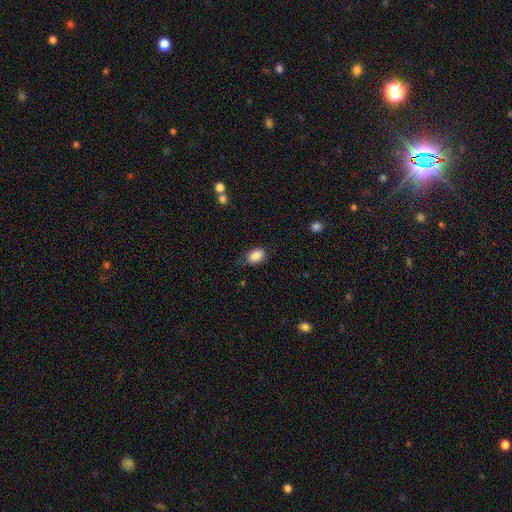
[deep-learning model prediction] A smooth galaxy with no disk features (87%) that is in between round and cigar-shaped (83%). Merging: none (77%).